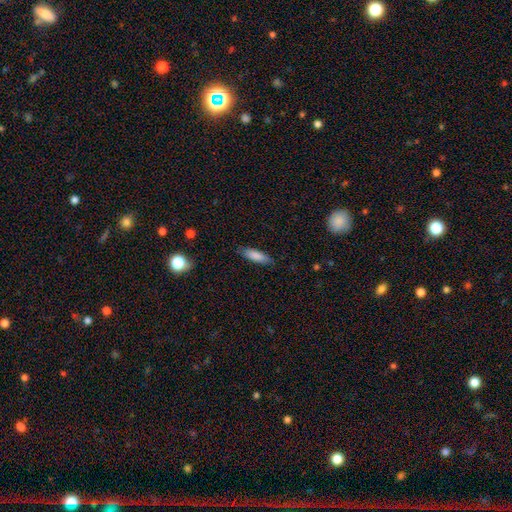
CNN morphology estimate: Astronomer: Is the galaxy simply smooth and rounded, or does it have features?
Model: smooth — 84%.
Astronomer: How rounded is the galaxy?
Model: cigar-shaped — 53% (runner-up: in between, 45%).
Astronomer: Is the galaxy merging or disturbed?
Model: none — 85%.